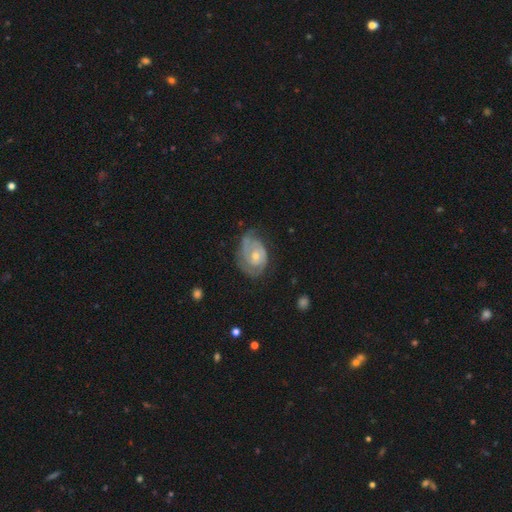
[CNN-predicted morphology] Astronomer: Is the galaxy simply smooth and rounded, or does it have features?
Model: featured or disk — 76%.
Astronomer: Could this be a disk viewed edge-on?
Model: no — 97%.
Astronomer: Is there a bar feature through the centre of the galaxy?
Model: no — 73%.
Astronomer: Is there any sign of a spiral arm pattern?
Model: yes — 86%.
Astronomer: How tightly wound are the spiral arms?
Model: tight — 64%.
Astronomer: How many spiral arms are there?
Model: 2 — 44% (runner-up: can't tell, 31%).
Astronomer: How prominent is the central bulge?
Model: moderate — 54% (runner-up: small, 42%).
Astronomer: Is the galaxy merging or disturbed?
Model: none — 59%.